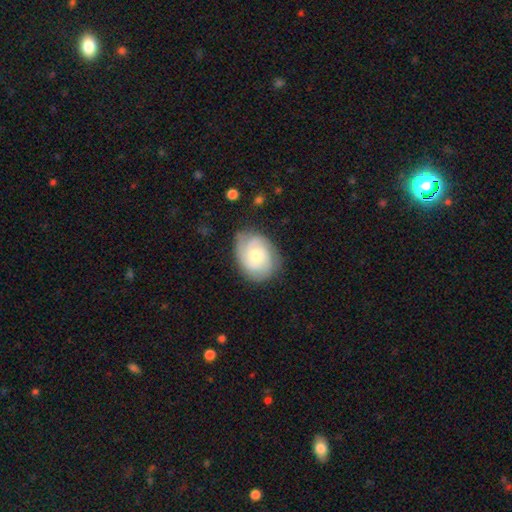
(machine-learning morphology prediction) A featured or disk galaxy (71%) with no bar (71%), 3 (31%) tight (59%) spiral arms (93%) and a moderate central bulge (57%). Merging: none (71%).